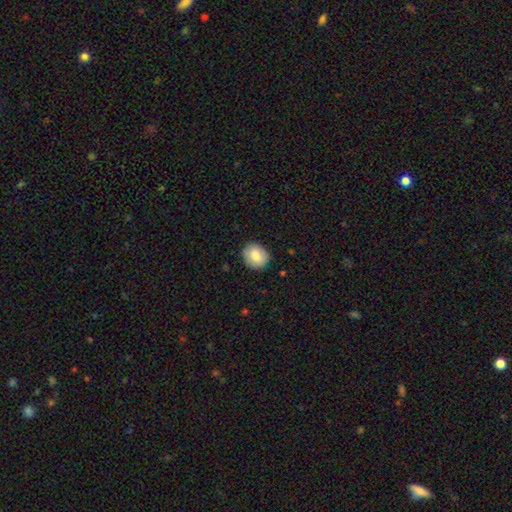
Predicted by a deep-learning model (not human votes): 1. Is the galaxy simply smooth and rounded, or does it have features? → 81% smooth, 12% featured or disk, 7% star or artifact.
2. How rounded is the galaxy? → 65% round, 34% in between, 1% cigar-shaped.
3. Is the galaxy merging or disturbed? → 85% none, 11% minor disturbance, 2% major disturbance, 1% merger.